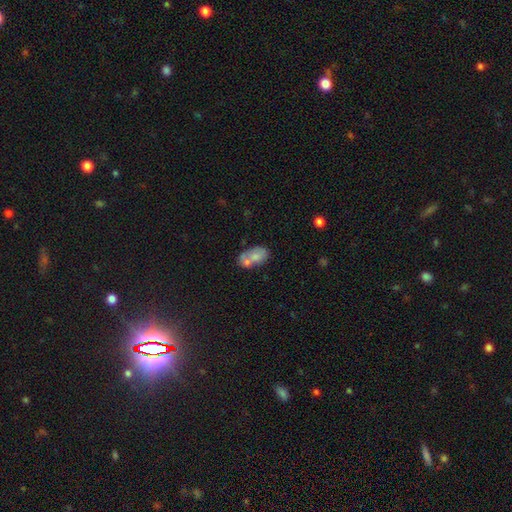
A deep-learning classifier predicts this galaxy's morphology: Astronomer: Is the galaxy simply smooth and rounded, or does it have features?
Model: smooth — 66%.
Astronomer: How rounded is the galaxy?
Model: in between — 88%.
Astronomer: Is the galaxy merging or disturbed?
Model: merger — 41% (runner-up: none, 35%).